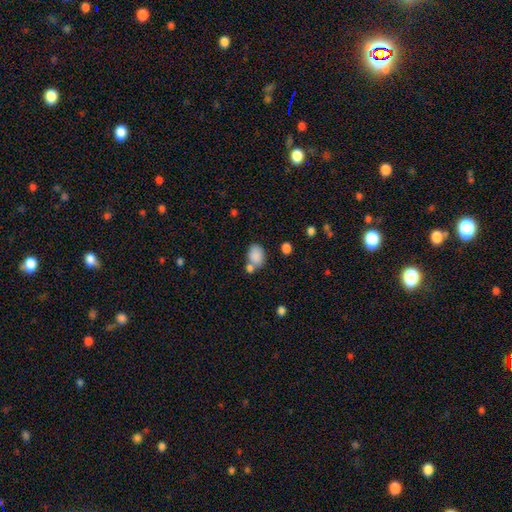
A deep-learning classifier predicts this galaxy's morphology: type=smooth (86%); roundness=in between (73%); merging=none (54%).